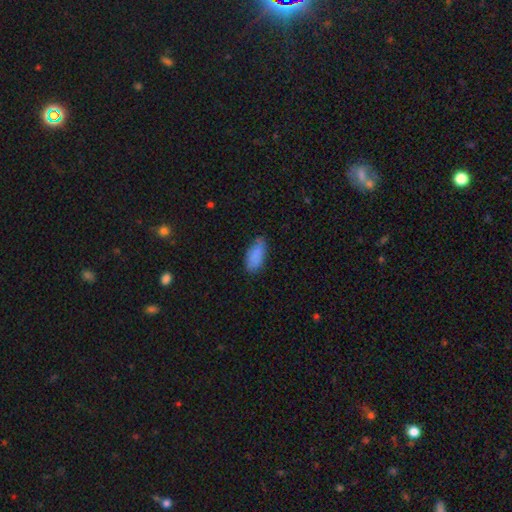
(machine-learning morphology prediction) A smooth galaxy with no disk features (83%) that is in between round and cigar-shaped (92%). Merging: none (67%).